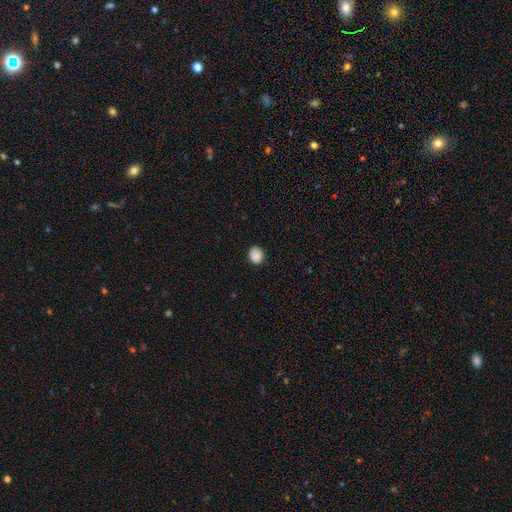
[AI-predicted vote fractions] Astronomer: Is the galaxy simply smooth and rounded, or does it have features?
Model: smooth — 87%.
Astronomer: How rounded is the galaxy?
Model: round — 77%.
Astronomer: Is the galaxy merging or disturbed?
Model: none — 85%.